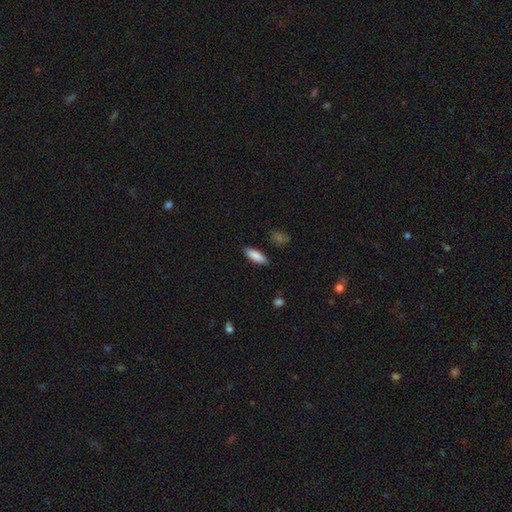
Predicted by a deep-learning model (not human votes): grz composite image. It shows a smooth galaxy with no disk features (87%) that is in between round and cigar-shaped (63%). Merging: none (86%).